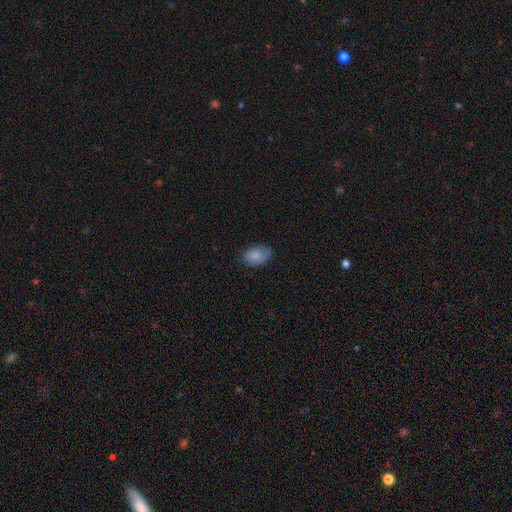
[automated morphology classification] smooth 84%, featured or disk 8%, star or artifact 8%. Down the decision tree: how rounded — in between (89%); merging — none (71%).